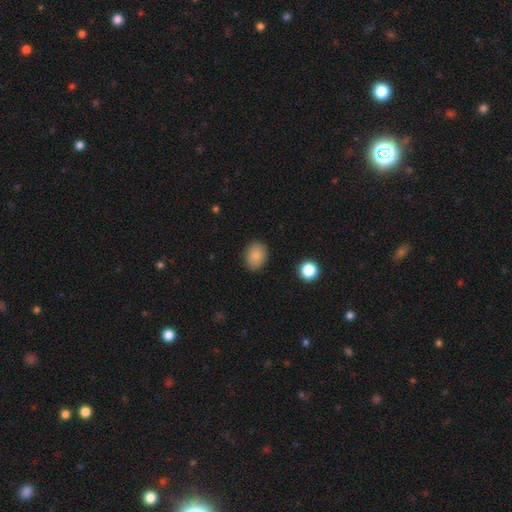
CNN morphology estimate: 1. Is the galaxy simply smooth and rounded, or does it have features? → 86% smooth, 9% star or artifact, 5% featured or disk.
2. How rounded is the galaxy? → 61% in between, 38% round, 1% cigar-shaped.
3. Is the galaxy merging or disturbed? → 86% none, 10% minor disturbance, 3% major disturbance, 1% merger.